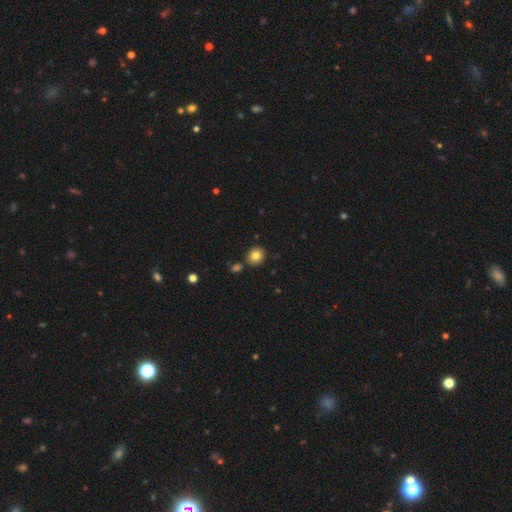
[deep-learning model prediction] The model was most divided on "how rounded": round: 77%, in between: 22%, cigar-shaped: 1%. More confident: merging — none (84%); smooth or featured — smooth (82%).